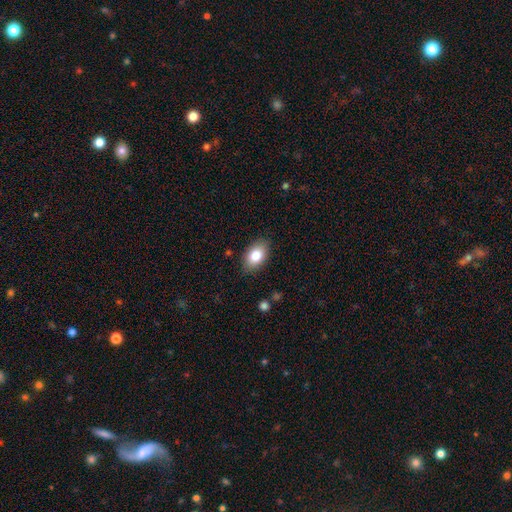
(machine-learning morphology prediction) A smooth galaxy with no disk features (83%) that is in between round and cigar-shaped (90%). Merging: none (85%).